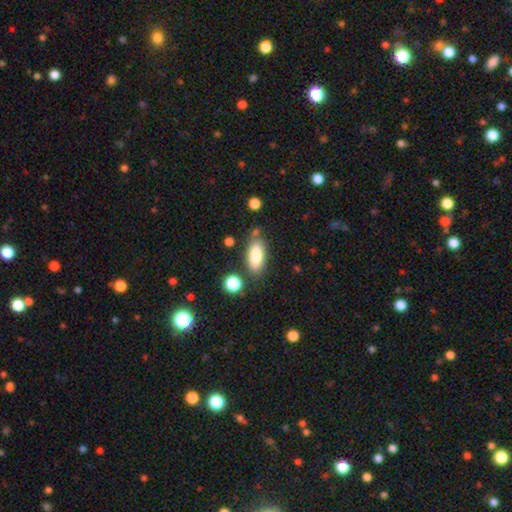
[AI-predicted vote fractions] Q: Smooth or featured?
A: smooth (81%); runner-up: featured or disk (12%)
Q: How rounded?
A: in between (78%); runner-up: cigar-shaped (19%)
Q: Merging?
A: none (74%); runner-up: minor disturbance (15%)